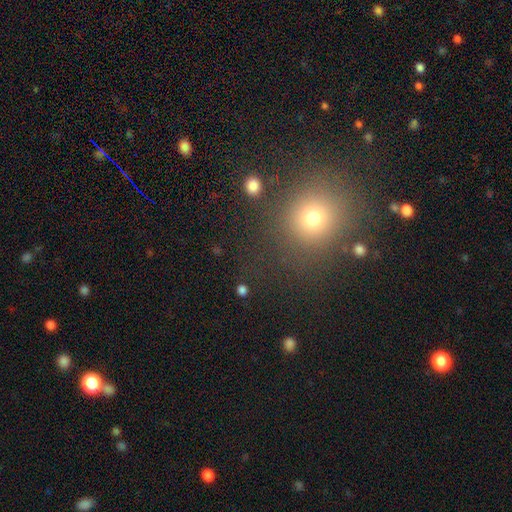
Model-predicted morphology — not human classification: Q: Smooth or featured?
A: smooth (57%); runner-up: star or artifact (36%)
Q: How rounded?
A: round (82%); runner-up: in between (16%)
Q: Merging?
A: none (88%); runner-up: minor disturbance (6%)